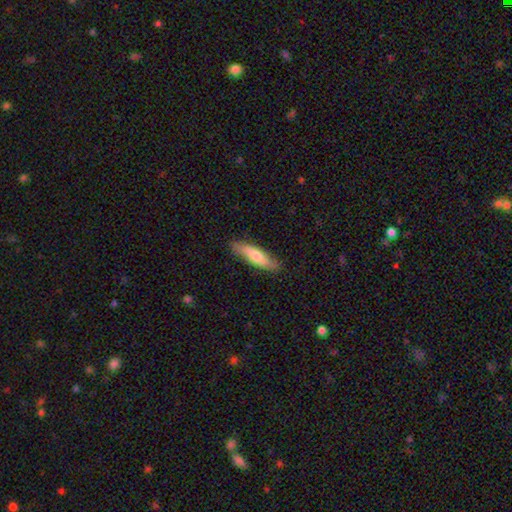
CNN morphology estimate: A smooth galaxy with no disk features (68%) that is cigar-shaped (76%). Merging: none (86%).